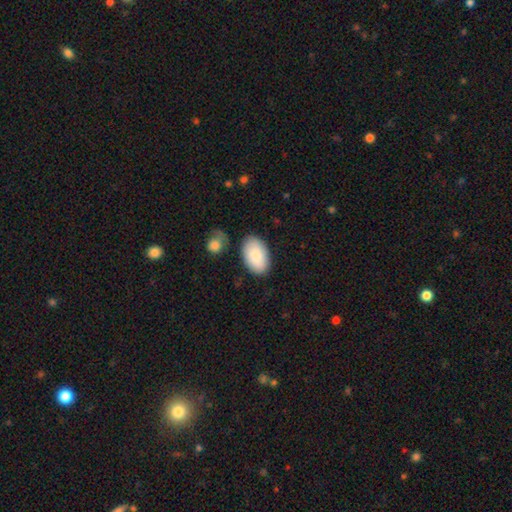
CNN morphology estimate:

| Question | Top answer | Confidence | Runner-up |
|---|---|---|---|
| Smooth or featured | smooth | 85% | featured or disk (9%) |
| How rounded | in between | 94% | round (5%) |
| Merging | none | 79% | minor disturbance (13%) |